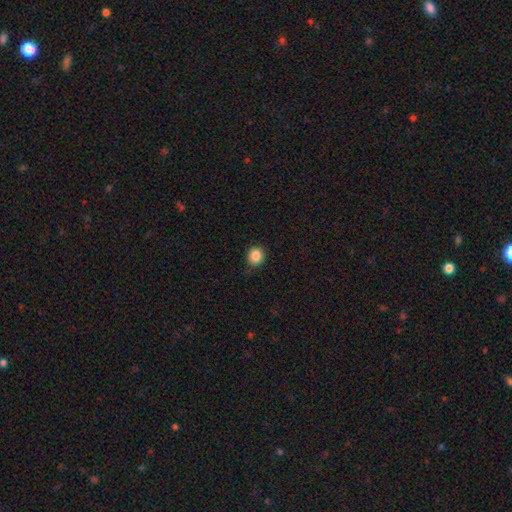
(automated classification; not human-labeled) Smooth or featured? Predicted: smooth (p=0.86). How rounded? Predicted: round (p=0.83). Merging? Predicted: none (p=0.88).